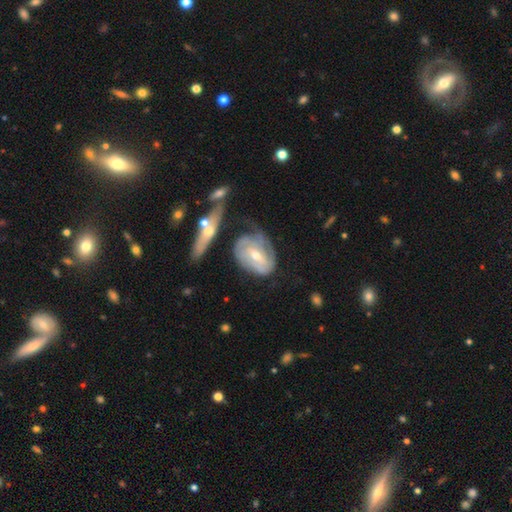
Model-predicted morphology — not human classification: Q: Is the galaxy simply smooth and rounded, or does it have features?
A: featured or disk — 74%.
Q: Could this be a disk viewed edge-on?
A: no — 94%.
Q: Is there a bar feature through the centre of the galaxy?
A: weak — 43%, tied with no.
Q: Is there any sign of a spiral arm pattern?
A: yes — 84%.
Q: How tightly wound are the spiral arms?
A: tight — 61%.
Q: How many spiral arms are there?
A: can't tell — 43%.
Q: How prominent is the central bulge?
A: moderate — 55%.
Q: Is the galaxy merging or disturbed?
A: none — 43%.